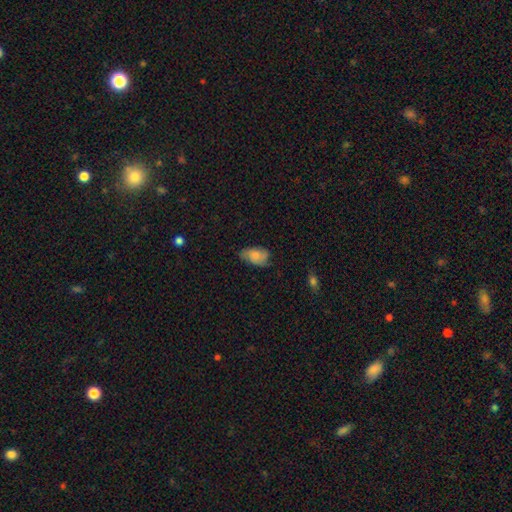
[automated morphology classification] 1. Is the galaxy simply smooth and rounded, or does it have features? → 75% smooth, 17% featured or disk, 7% star or artifact.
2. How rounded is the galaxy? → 91% in between, 7% round, 2% cigar-shaped.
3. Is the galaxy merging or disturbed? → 59% none, 32% minor disturbance, 7% major disturbance, 1% merger.